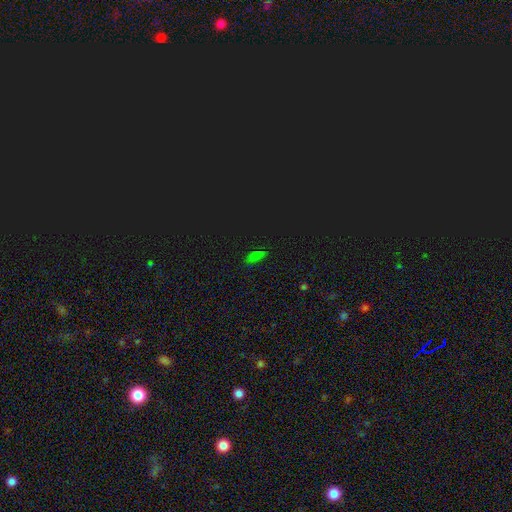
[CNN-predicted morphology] The model was most divided on "smooth or featured": smooth: 50%, star or artifact: 43%, featured or disk: 7%. More confident: how rounded — in between (76%); merging — none (72%).